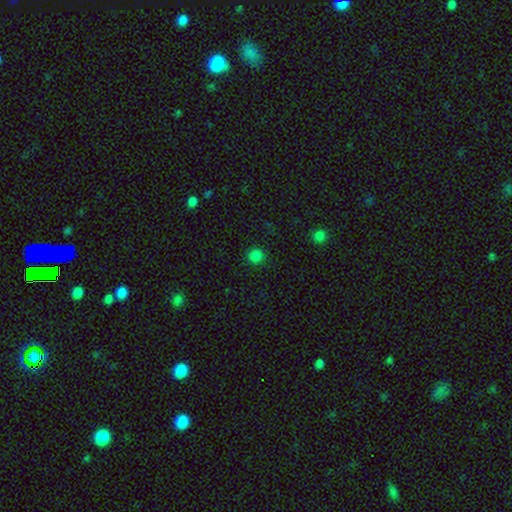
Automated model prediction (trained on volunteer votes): Smooth or featured?
  - smooth: 83% *
  - star or artifact: 14%
  - featured or disk: 3%
How rounded?
  - round: 91% *
  - in between: 8%
  - cigar-shaped: 1%
Merging?
  - none: 90% *
  - minor disturbance: 6%
  - major disturbance: 2%
  - merger: 1%